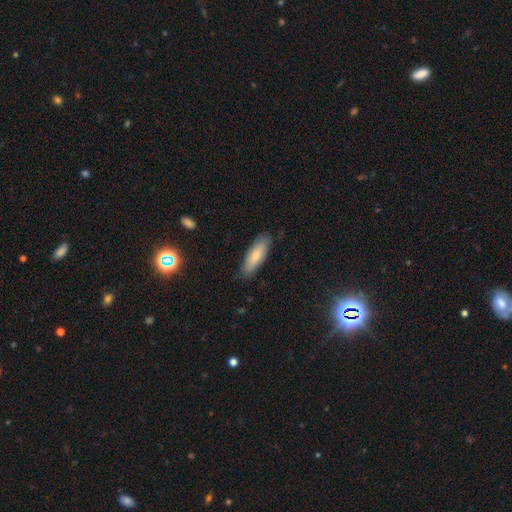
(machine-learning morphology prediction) A smooth galaxy with no disk features (75%) that is in between round and cigar-shaped (55%). Merging: none (83%).